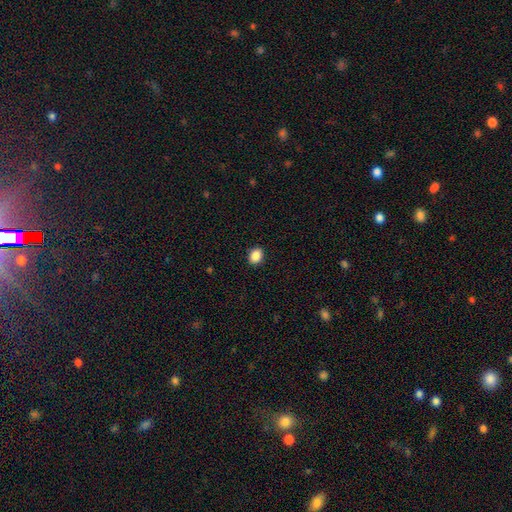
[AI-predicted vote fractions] Smooth or featured?
  - smooth: 88% *
  - star or artifact: 9%
  - featured or disk: 3%
How rounded?
  - in between: 54% *
  - round: 45%
  - cigar-shaped: 1%
Merging?
  - none: 91% *
  - minor disturbance: 7%
  - major disturbance: 2%
  - merger: 1%